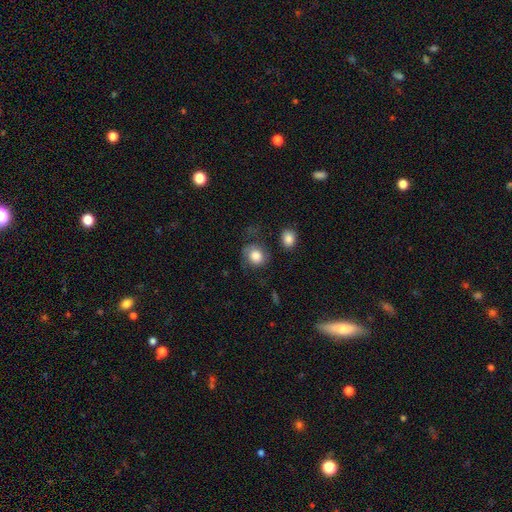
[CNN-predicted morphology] This is likely a smooth galaxy (77%). How rounded: likely round (69%). Merging: possibly none (60%).